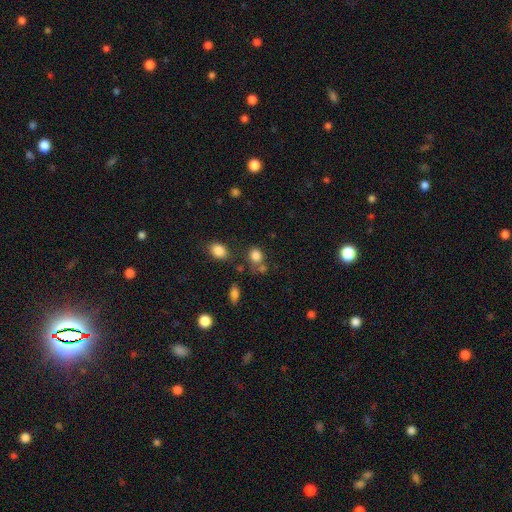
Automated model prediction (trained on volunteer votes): This appears to be a smooth galaxy with no disk features (81%) that is round (63%). Merging: none (61%).